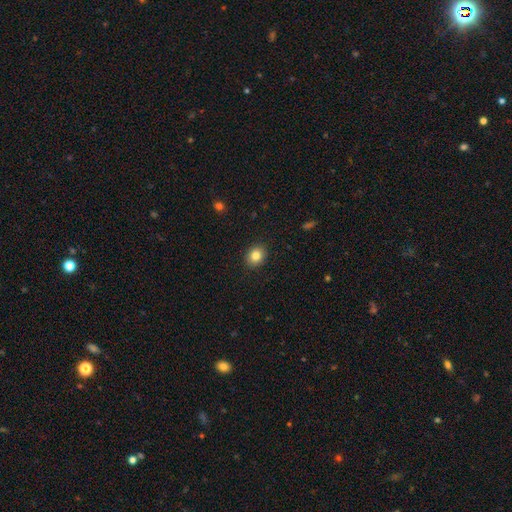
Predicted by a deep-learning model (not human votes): A smooth galaxy with no disk features (83%) that is round (60%).

Vote fractions:
- Smooth or featured? smooth: 83% / star or artifact: 10% / featured or disk: 7%
- How rounded? round: 60% / in between: 39% / cigar-shaped: 1%
- Merging? none: 90% / minor disturbance: 7% / major disturbance: 2% / merger: 1%